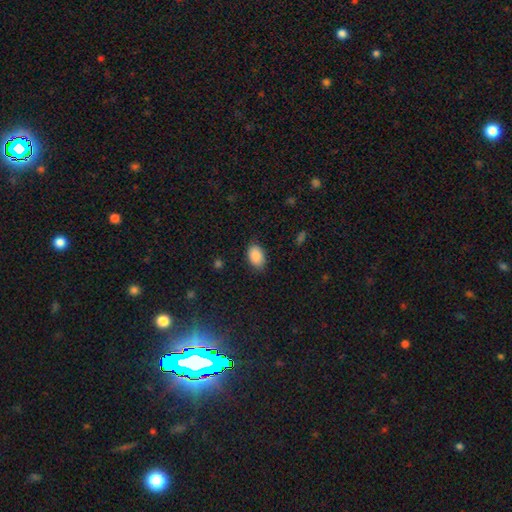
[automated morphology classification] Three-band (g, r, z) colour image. It shows a smooth galaxy with no disk features (88%) that is in between round and cigar-shaped (88%). Merging: none (81%).